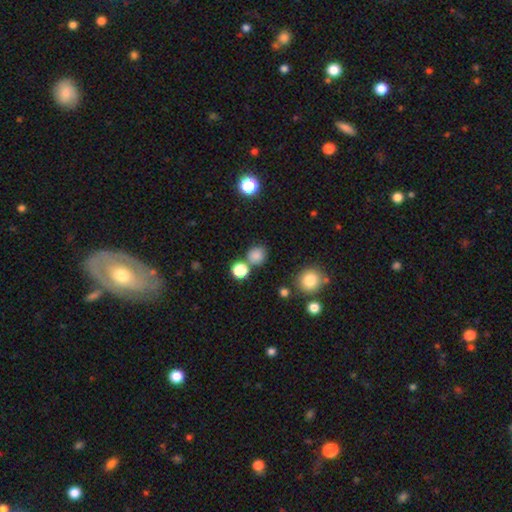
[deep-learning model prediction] Morphology: type=smooth (82%); roundness=round (86%); merging=none (70%).